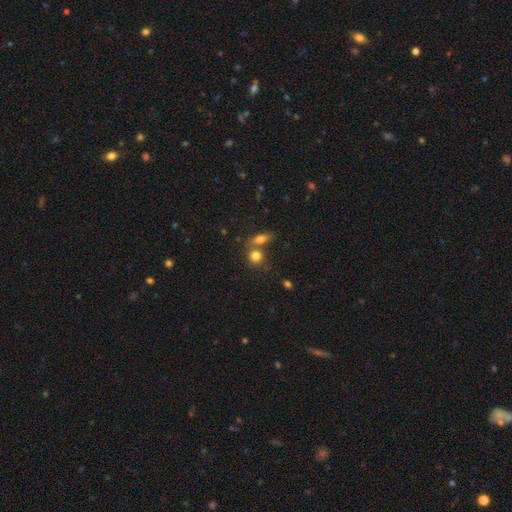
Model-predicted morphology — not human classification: smooth 80%, star or artifact 10%, featured or disk 10%. Down the decision tree: how rounded — round (69%); merging — none (46%).